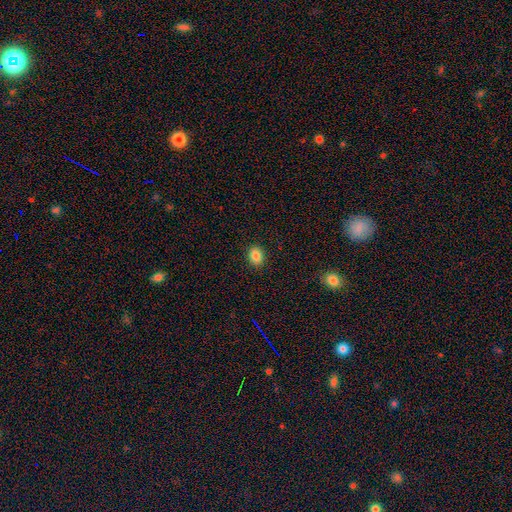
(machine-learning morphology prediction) This appears to be a smooth galaxy with no disk features (85%) that is in between round and cigar-shaped (52%). Merging: none (91%).